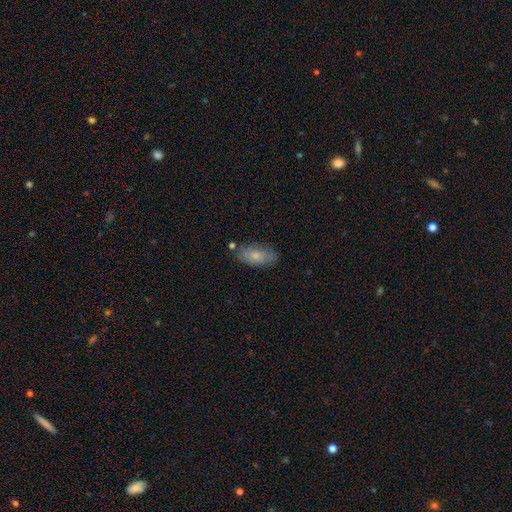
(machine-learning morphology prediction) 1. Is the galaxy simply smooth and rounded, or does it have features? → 71% smooth, 22% featured or disk, 7% star or artifact.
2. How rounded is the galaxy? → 90% in between, 6% cigar-shaped, 4% round.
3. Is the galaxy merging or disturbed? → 73% none, 18% minor disturbance, 4% merger, 4% major disturbance.